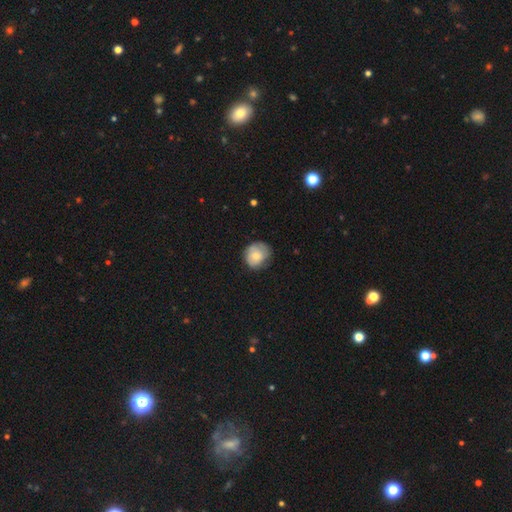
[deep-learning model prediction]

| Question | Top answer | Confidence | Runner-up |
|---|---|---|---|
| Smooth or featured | smooth | 69% | featured or disk (24%) |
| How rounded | round | 75% | in between (25%) |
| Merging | none | 64% | minor disturbance (28%) |